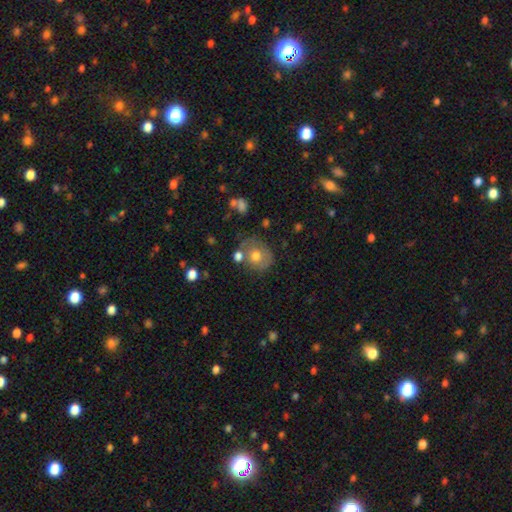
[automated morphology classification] Overall: smooth (64%; featured or disk 27%). How rounded: round (67%; in between 32%). Merging: none (57%; minor disturbance 20%).